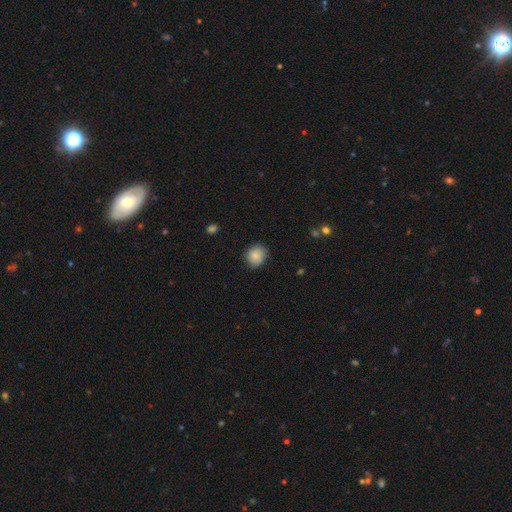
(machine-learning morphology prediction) Smooth or featured? smooth (86%)
How rounded? round (78%)
Merging? none (79%)